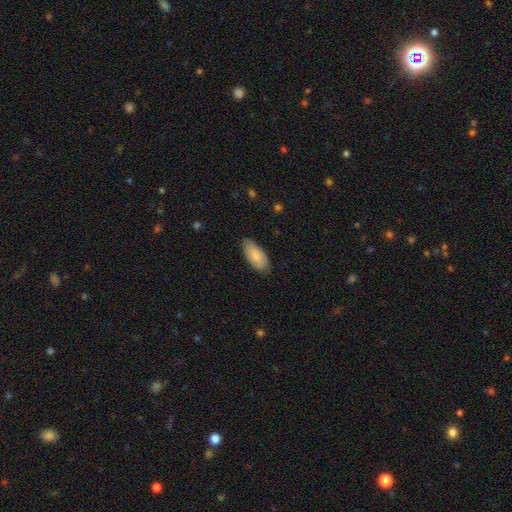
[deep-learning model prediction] smooth_or_featured: smooth (p=0.86) [alt: featured or disk p=0.09]
how_rounded: in between (p=0.89) [alt: cigar-shaped p=0.09]
merging: none (p=0.81) [alt: minor disturbance p=0.16]